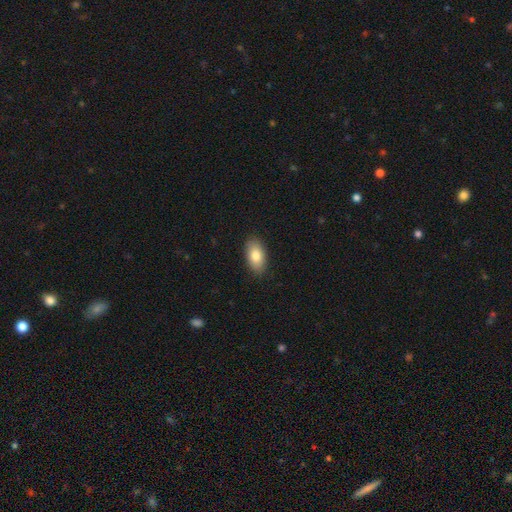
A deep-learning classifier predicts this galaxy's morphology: smooth 83%, featured or disk 11%, star or artifact 7%. Down the decision tree: how rounded — in between (93%); merging — none (89%).